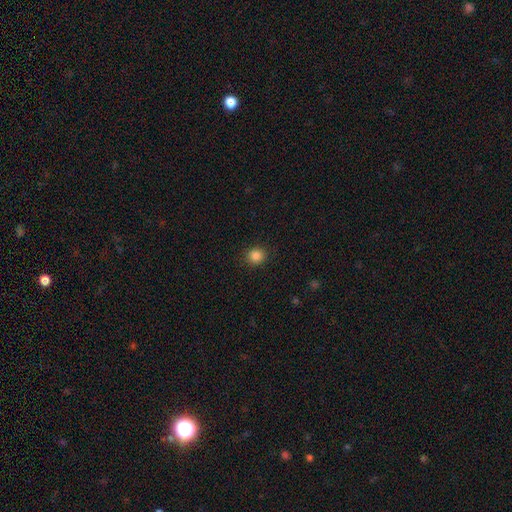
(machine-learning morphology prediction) smooth_or_featured: smooth (p=0.85) [alt: star or artifact p=0.11]
how_rounded: round (p=0.86) [alt: in between p=0.13]
merging: none (p=0.91) [alt: minor disturbance p=0.06]